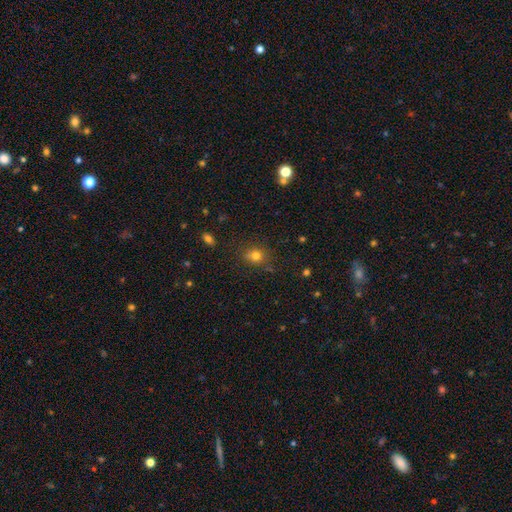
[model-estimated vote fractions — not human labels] smooth 75%, star or artifact 17%, featured or disk 8%. Down the decision tree: how rounded — round (75%); merging — none (73%).